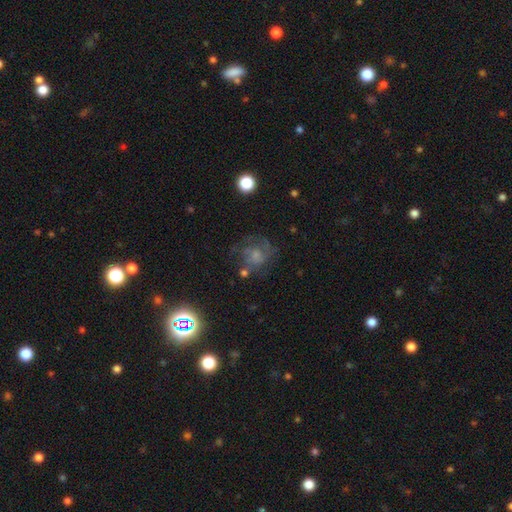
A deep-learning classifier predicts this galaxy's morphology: featured or disk 51%, smooth 35%, star or artifact 14%. Down the decision tree: edge-on disk — no (98%); merging — none (51%).